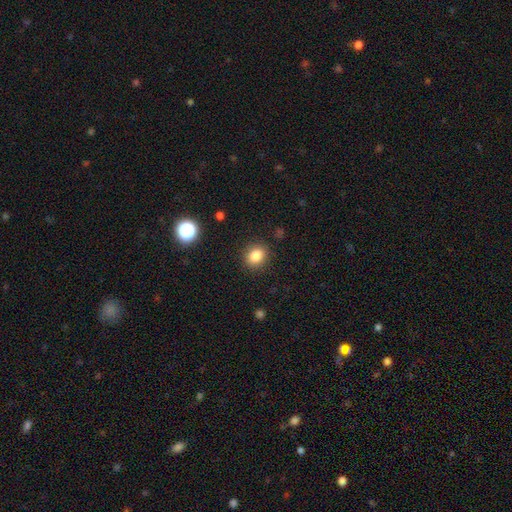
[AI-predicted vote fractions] This appears to be a smooth galaxy with no disk features (83%) that is round (64%). Merging: none (89%).